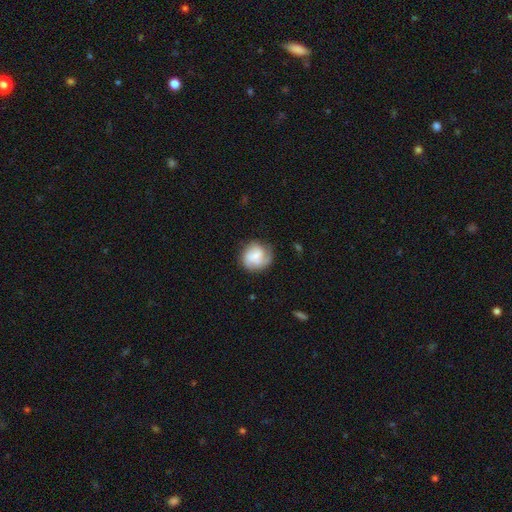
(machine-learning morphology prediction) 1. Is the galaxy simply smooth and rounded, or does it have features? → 48% smooth, 45% featured or disk, 8% star or artifact.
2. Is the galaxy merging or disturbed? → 65% none, 22% minor disturbance, 11% major disturbance, 2% merger.